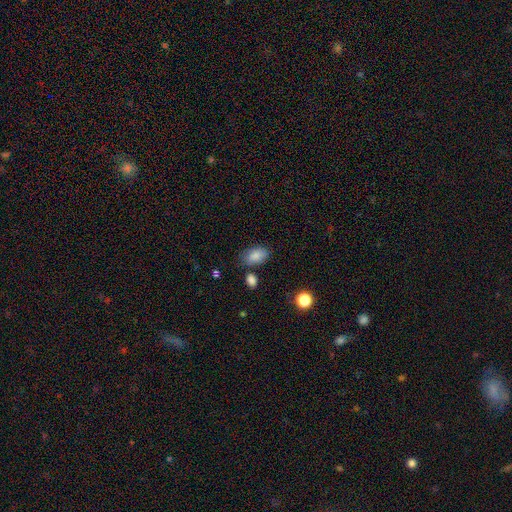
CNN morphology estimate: smooth-or-featured: smooth: 85% | star or artifact: 8% | featured or disk: 7%
  how-rounded: in between: 91% | round: 8% | cigar-shaped: 2%
  merging: none: 71% | minor disturbance: 18% | merger: 6% | major disturbance: 4%